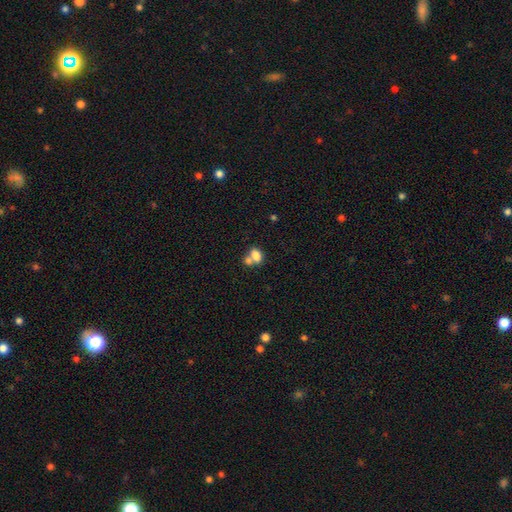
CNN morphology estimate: Overall: smooth (79%). How rounded: in between (79%). Merging: merger (52%; none 34%).